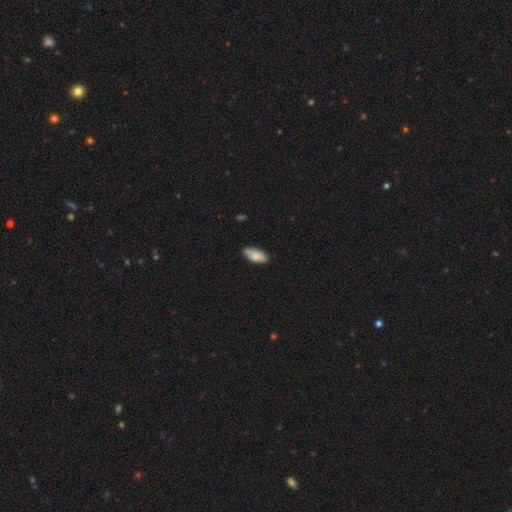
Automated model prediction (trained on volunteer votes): smooth 83%, featured or disk 11%, star or artifact 6%. Down the decision tree: how rounded — in between (91%); merging — none (76%).